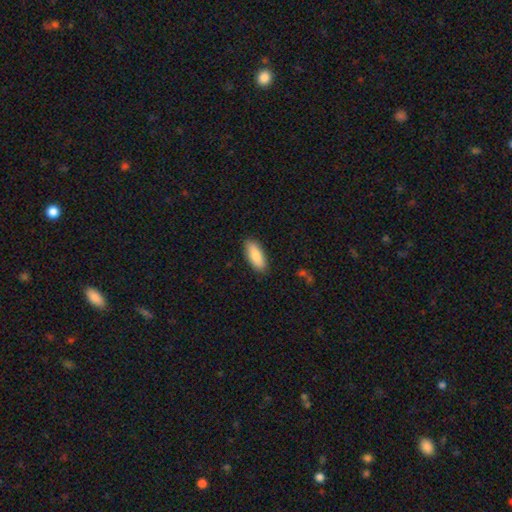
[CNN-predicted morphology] Overall: smooth (85%). How rounded: in between (77%). Merging: none (87%).